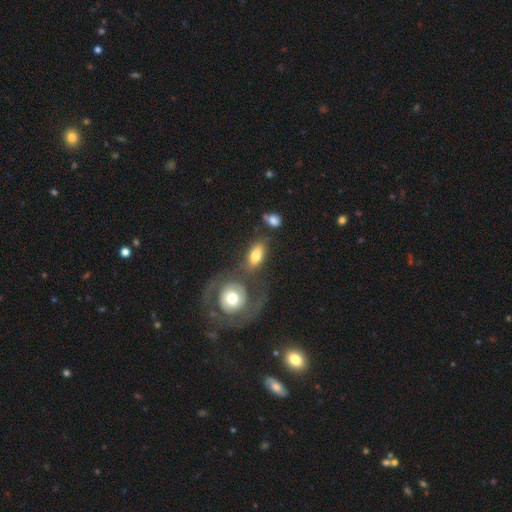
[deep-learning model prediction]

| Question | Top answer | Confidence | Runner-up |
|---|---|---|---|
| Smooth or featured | smooth | 69% | featured or disk (24%) |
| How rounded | in between | 86% | round (9%) |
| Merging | none | 50% | merger (23%) |